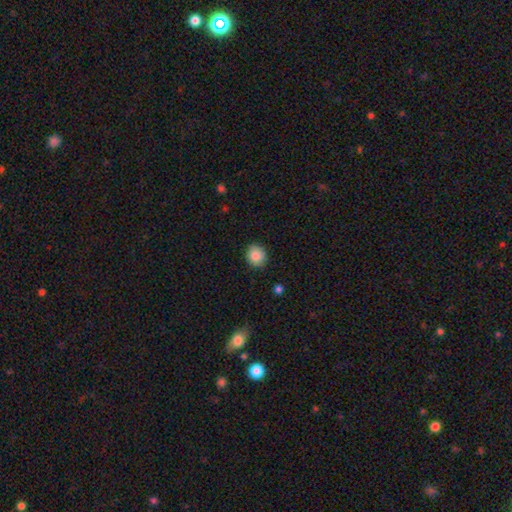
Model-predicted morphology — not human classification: smooth_or_featured: smooth (p=0.87) [alt: star or artifact p=0.08]
how_rounded: round (p=0.77) [alt: in between p=0.22]
merging: none (p=0.89) [alt: minor disturbance p=0.08]